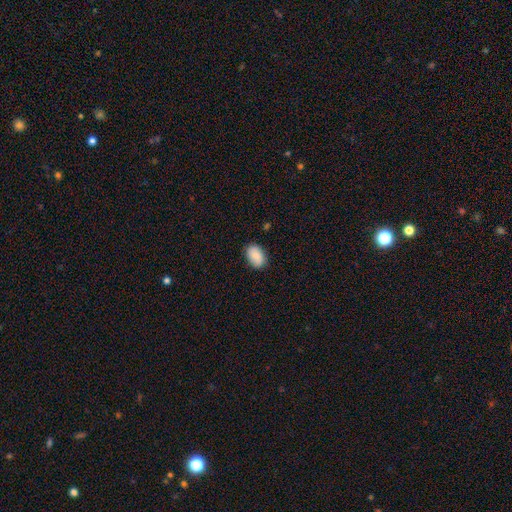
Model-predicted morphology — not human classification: smooth_or_featured: smooth (p=0.87) [alt: star or artifact p=0.07]
how_rounded: in between (p=0.88) [alt: round p=0.11]
merging: none (p=0.84) [alt: minor disturbance p=0.13]